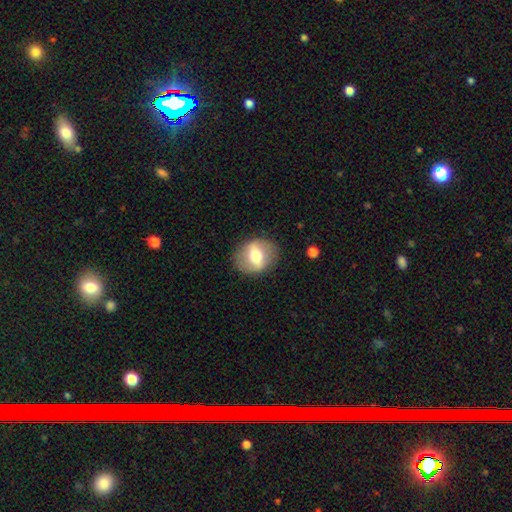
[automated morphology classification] smooth_or_featured: smooth (p=0.51) [alt: featured or disk p=0.42]
how_rounded: in between (p=0.52) [alt: round p=0.46]
merging: none (p=0.84) [alt: minor disturbance p=0.11]